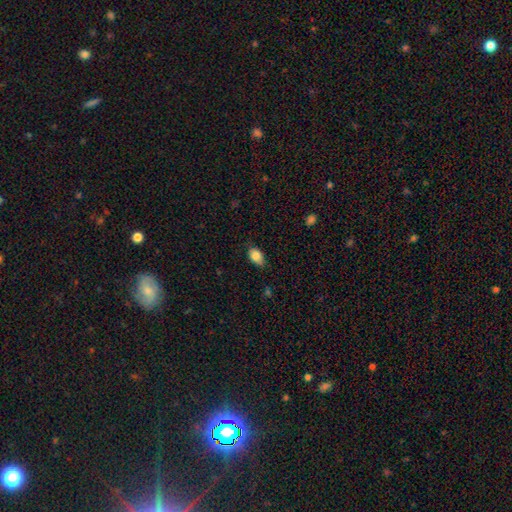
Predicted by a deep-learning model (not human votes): A smooth galaxy with no disk features (86%) that is in between round and cigar-shaped (86%). Merging: none (72%).